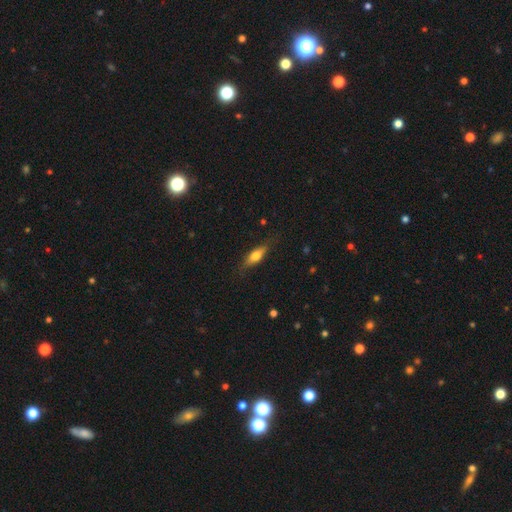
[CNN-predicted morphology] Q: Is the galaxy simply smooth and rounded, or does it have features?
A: smooth — 62%.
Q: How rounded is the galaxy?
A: in between — 53%.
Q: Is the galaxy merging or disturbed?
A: none — 77%.